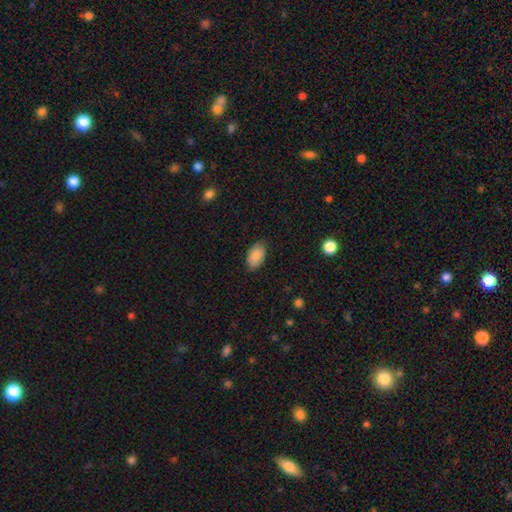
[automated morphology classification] This appears to be a smooth galaxy with no disk features (87%) that is in between round and cigar-shaped (94%). Merging: none (85%).